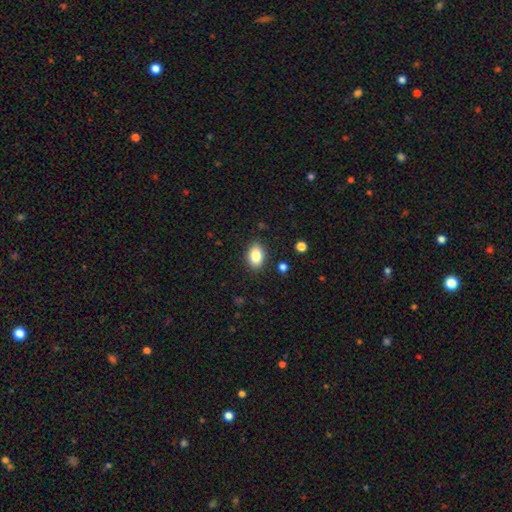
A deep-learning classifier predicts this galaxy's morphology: type=smooth (83%); roundness=in between (84%); merging=none (87%).